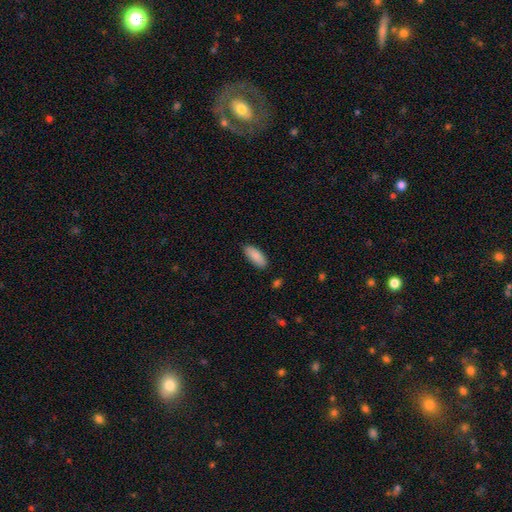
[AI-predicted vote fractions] The model was most divided on "how rounded": in between: 82%, cigar-shaped: 16%, round: 2%. More confident: smooth or featured — smooth (88%); merging — none (87%).